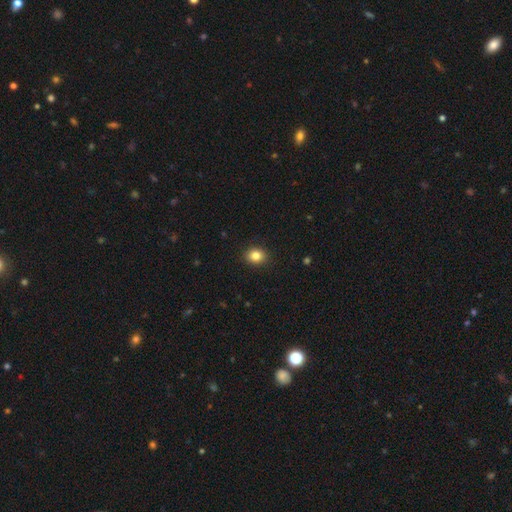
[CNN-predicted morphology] Smooth or featured?
  - smooth: 84% *
  - star or artifact: 10%
  - featured or disk: 5%
How rounded?
  - round: 62% *
  - in between: 37%
  - cigar-shaped: 1%
Merging?
  - none: 91% *
  - minor disturbance: 6%
  - major disturbance: 2%
  - merger: 1%